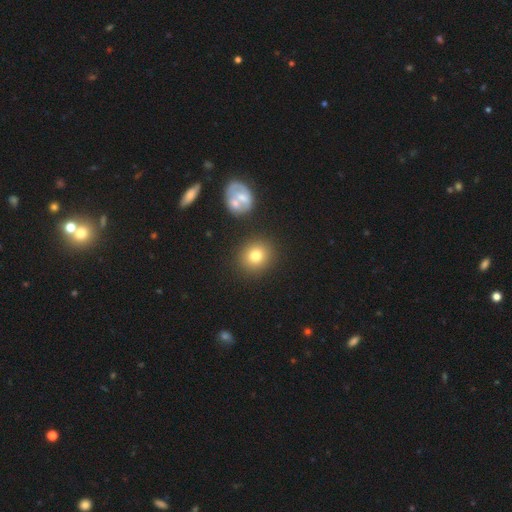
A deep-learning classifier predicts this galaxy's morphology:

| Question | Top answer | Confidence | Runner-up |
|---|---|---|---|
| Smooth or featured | smooth | 79% | star or artifact (12%) |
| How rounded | round | 81% | in between (18%) |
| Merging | none | 85% | minor disturbance (7%) |